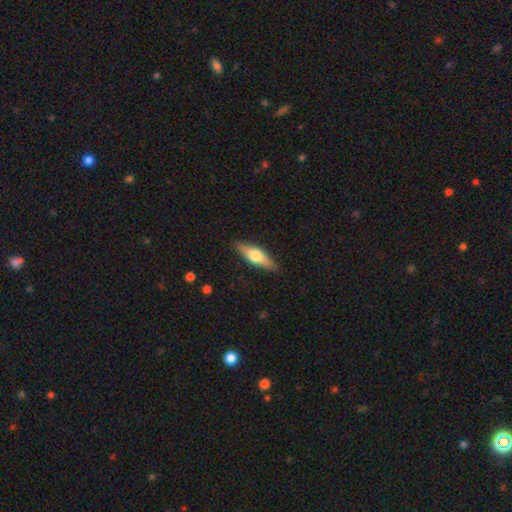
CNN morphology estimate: Smooth or featured? Predicted: featured or disk (p=0.48). Merging? Predicted: none (p=0.88).